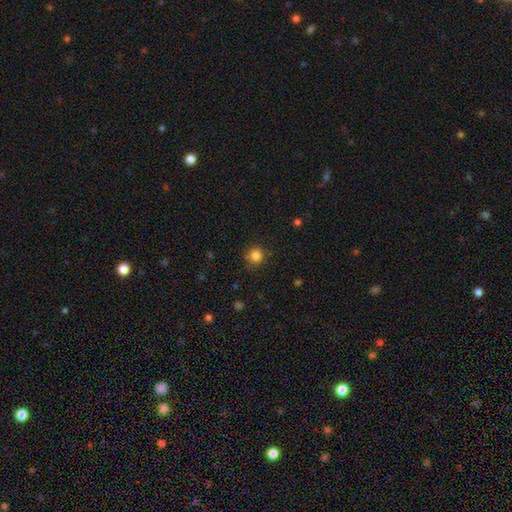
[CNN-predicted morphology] A smooth galaxy with no disk features (82%) that is round (92%).

Vote fractions:
- Smooth or featured? smooth: 82% / star or artifact: 13% / featured or disk: 5%
- How rounded? round: 92% / in between: 7% / cigar-shaped: 1%
- Merging? none: 80% / minor disturbance: 13% / merger: 4% / major disturbance: 3%